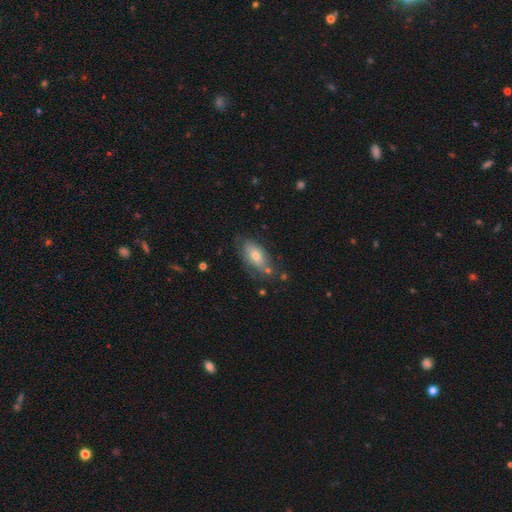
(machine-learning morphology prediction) type=smooth (62%); roundness=in between (87%); merging=none (64%).